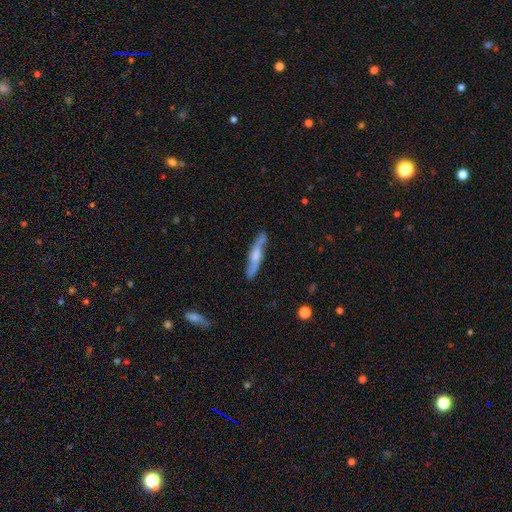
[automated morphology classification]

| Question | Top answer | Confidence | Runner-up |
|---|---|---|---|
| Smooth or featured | featured or disk | 58% | smooth (36%) |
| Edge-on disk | yes | 64% | no (36%) |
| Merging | none | 80% | minor disturbance (14%) |